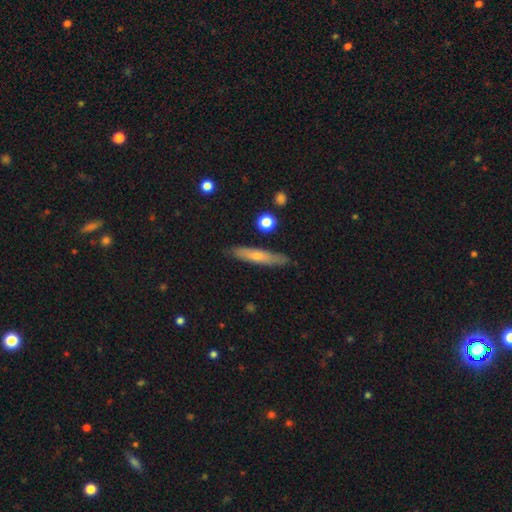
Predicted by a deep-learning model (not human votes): smooth-or-featured: featured or disk: 49% | smooth: 40% | star or artifact: 11%
  merging: none: 87% | minor disturbance: 9% | merger: 2% | major disturbance: 2%